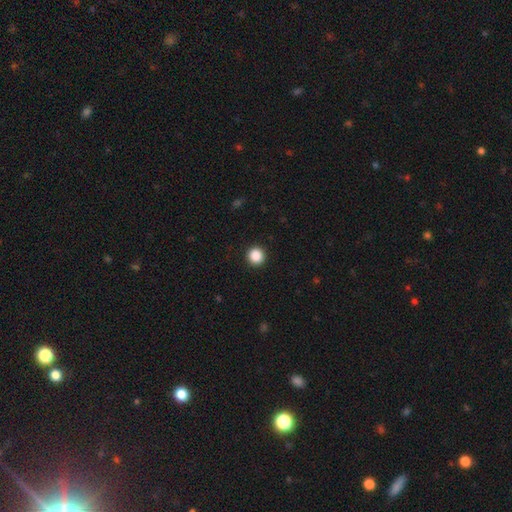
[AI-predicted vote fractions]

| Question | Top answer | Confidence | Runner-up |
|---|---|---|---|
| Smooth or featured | smooth | 88% | star or artifact (10%) |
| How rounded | round | 94% | in between (5%) |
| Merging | none | 93% | minor disturbance (4%) |